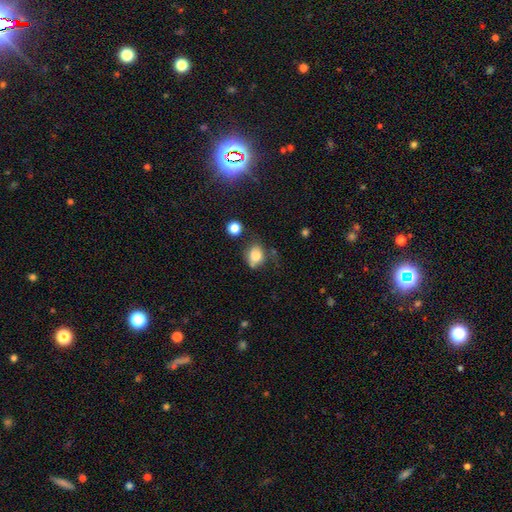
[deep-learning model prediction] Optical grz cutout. It shows a smooth galaxy with no disk features (79%) that is round (50%). Merging: none (49%).